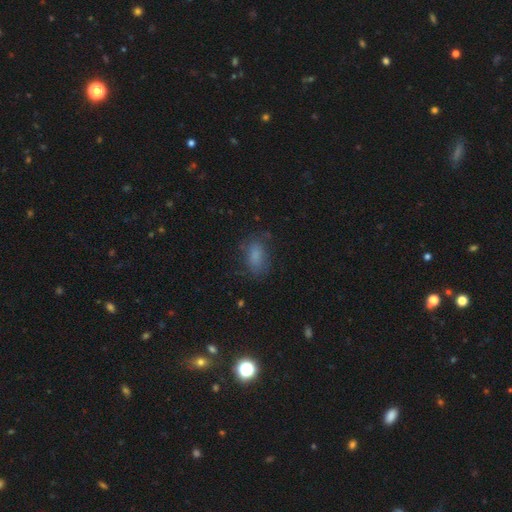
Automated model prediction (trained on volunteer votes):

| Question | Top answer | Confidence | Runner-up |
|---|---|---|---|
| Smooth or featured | smooth | 76% | featured or disk (13%) |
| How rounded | in between | 84% | round (13%) |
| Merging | none | 63% | minor disturbance (23%) |